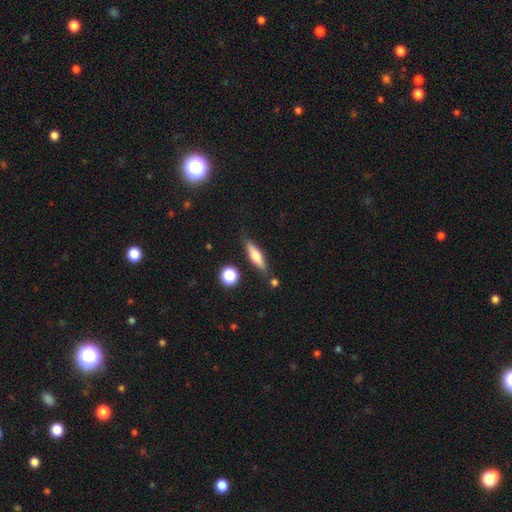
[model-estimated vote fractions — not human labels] Morphology: type=smooth (56%); roundness=cigar-shaped (65%); merging=none (78%).